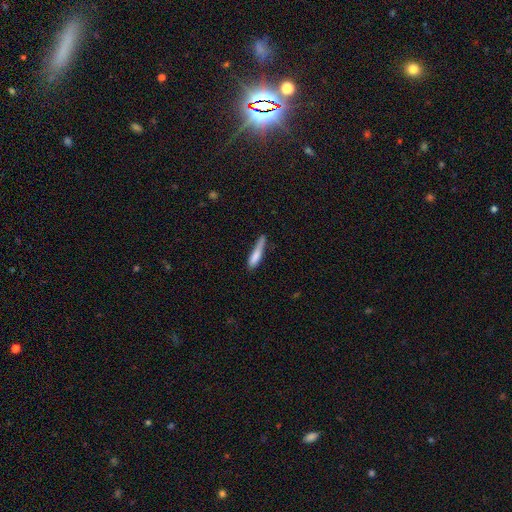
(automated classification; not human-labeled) Q: Smooth or featured?
A: smooth (77%); runner-up: featured or disk (16%)
Q: How rounded?
A: cigar-shaped (87%); runner-up: in between (12%)
Q: Merging?
A: none (50%); runner-up: minor disturbance (33%)